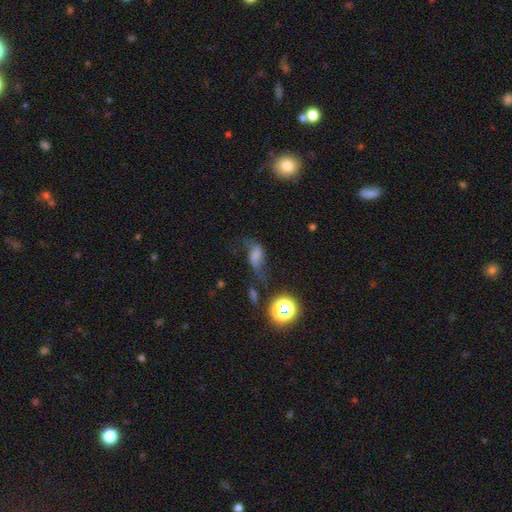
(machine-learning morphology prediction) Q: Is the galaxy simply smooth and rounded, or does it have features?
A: smooth — 43%.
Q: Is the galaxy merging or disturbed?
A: none — 39%.